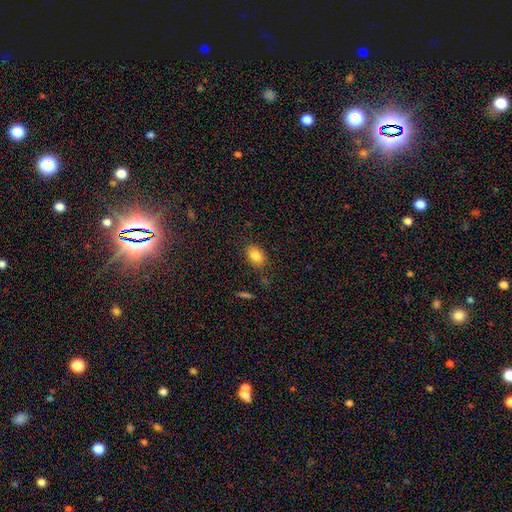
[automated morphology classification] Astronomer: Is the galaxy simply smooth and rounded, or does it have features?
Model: smooth — 84%.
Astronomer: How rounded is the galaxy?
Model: in between — 81%.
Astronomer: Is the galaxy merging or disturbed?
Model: none — 82%.